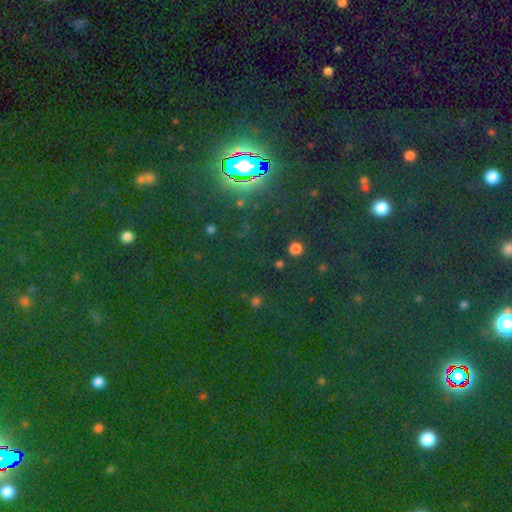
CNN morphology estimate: Smooth or featured? star or artifact (79%)